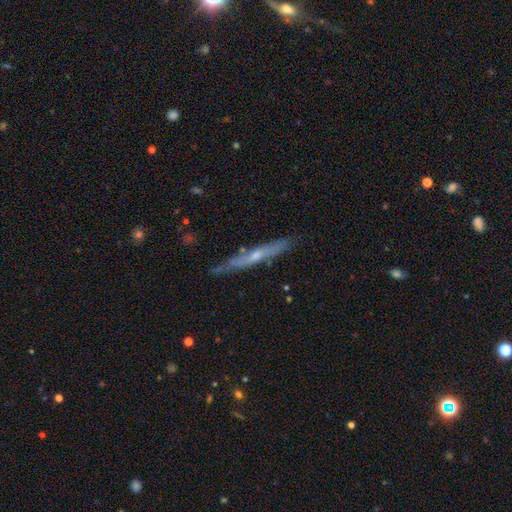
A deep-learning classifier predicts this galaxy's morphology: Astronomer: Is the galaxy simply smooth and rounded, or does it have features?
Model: featured or disk — 64%.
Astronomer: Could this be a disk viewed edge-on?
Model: yes — 92%.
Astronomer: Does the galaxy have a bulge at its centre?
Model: rounded — 56% (runner-up: none, 40%).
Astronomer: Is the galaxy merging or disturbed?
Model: none — 81%.